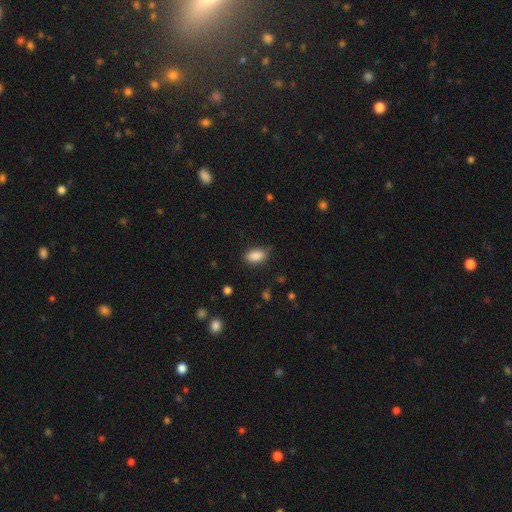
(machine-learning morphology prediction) Smooth or featured? smooth (88%)
How rounded? in between (90%)
Merging? none (75%)